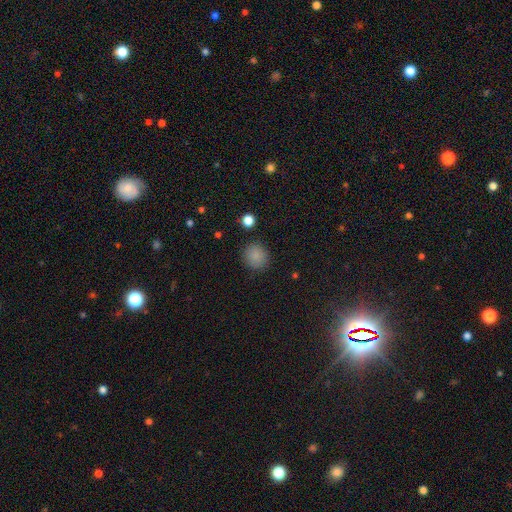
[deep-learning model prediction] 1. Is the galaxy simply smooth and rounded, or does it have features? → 85% smooth, 11% star or artifact, 4% featured or disk.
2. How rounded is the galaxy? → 88% round, 11% in between, 1% cigar-shaped.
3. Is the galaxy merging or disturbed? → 88% none, 8% minor disturbance, 3% major disturbance, 2% merger.